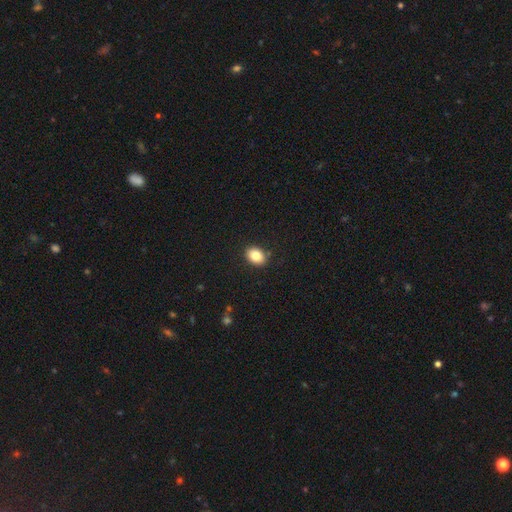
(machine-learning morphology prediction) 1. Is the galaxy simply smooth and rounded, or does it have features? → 84% smooth, 9% star or artifact, 7% featured or disk.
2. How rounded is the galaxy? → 70% in between, 29% round, 1% cigar-shaped.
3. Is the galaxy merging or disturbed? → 88% none, 8% minor disturbance, 2% major disturbance, 1% merger.